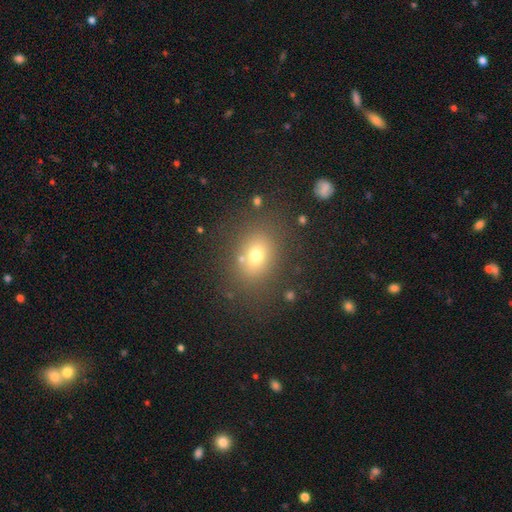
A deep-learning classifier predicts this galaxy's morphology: smooth_or_featured: smooth (p=0.69) [alt: star or artifact p=0.17]
how_rounded: in between (p=0.55) [alt: round p=0.44]
merging: none (p=0.76) [alt: minor disturbance p=0.11]